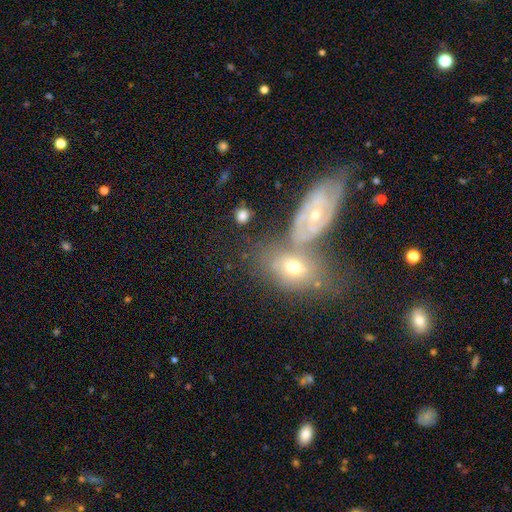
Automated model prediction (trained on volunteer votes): Smooth or featured: featured or disk — 50% (smooth — 36%)
Edge-on disk: no — 76% (yes — 24%)
Merging: none — 47% (merger — 33%)